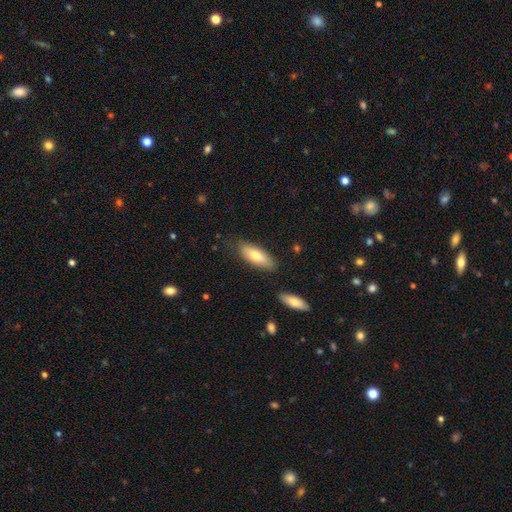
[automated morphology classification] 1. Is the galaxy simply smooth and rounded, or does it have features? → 72% smooth, 22% featured or disk, 6% star or artifact.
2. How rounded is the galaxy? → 70% in between, 28% cigar-shaped, 2% round.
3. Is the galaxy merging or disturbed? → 80% none, 14% minor disturbance, 3% merger, 3% major disturbance.